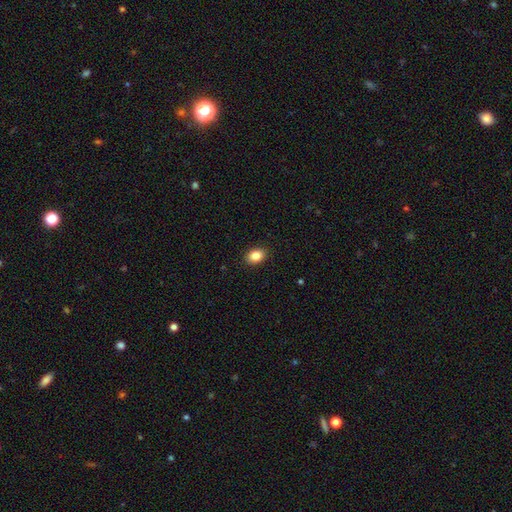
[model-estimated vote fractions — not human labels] Overall: smooth (86%). How rounded: in between (73%). Merging: none (90%).